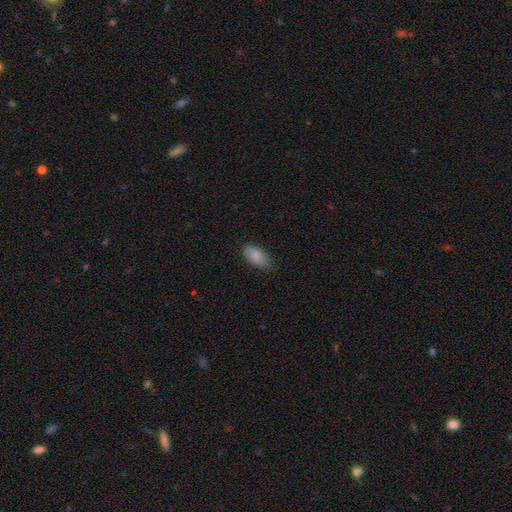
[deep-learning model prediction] This appears to be a smooth galaxy with no disk features (86%) that is in between round and cigar-shaped (92%). Merging: none (73%).